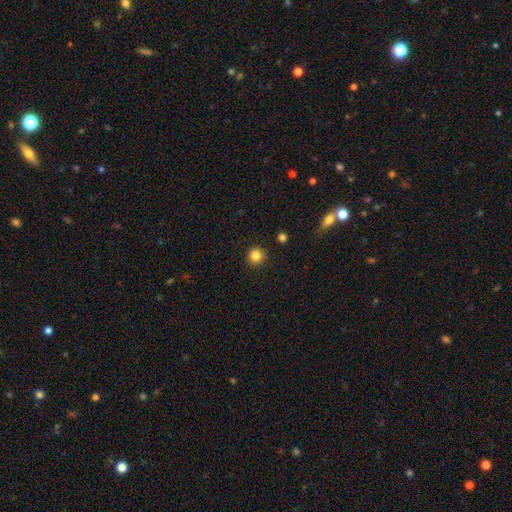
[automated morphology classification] The model was most divided on "smooth or featured": smooth: 84%, star or artifact: 11%, featured or disk: 5%. More confident: how rounded — round (95%); merging — none (92%).